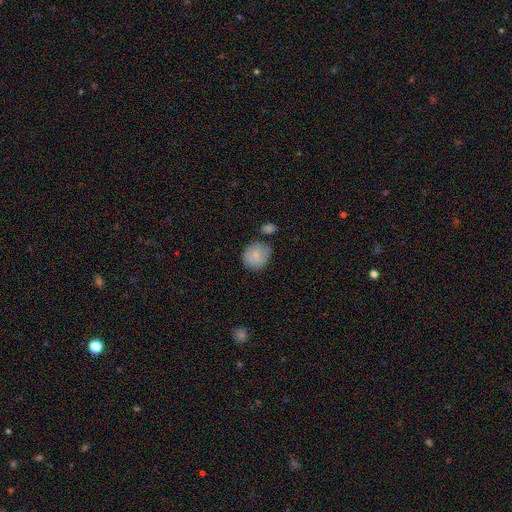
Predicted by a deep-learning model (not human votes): A smooth galaxy with no disk features (78%) that is round (80%). Merging: none (64%).